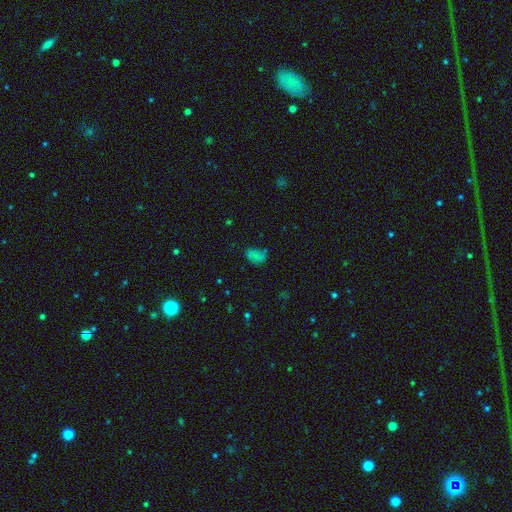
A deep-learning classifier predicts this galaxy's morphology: The model was most divided on "merging": none: 52%, minor disturbance: 25%, major disturbance: 14%, merger: 9%. More confident: how rounded — in between (86%); smooth or featured — smooth (66%).